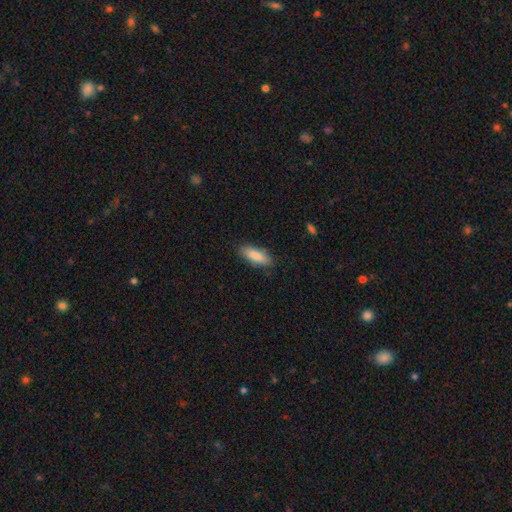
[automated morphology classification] Smooth or featured? smooth (88%)
How rounded? in between (67%)
Merging? none (86%)